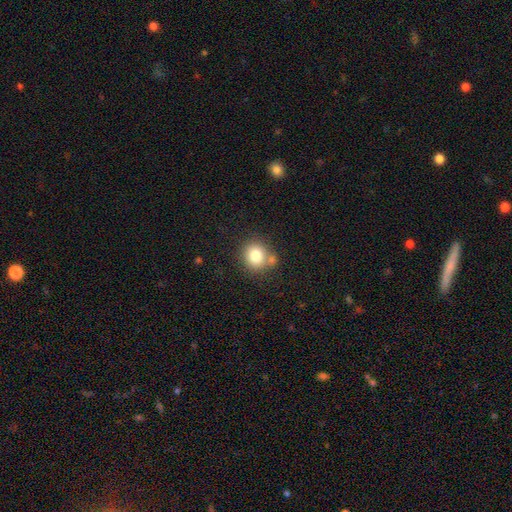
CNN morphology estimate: smooth-or-featured: smooth: 79% | star or artifact: 11% | featured or disk: 10%
  how-rounded: round: 82% | in between: 17% | cigar-shaped: 1%
  merging: none: 66% | merger: 19% | minor disturbance: 12% | major disturbance: 4%